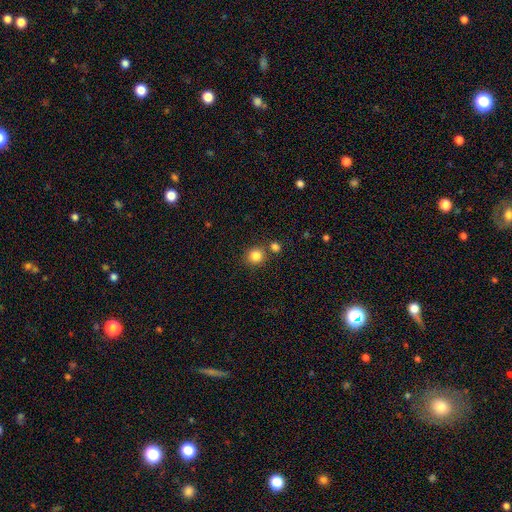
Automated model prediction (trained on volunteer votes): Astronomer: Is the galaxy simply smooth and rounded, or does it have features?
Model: smooth — 84%.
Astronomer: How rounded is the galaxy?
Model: round — 87%.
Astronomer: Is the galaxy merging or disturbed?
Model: none — 74%.